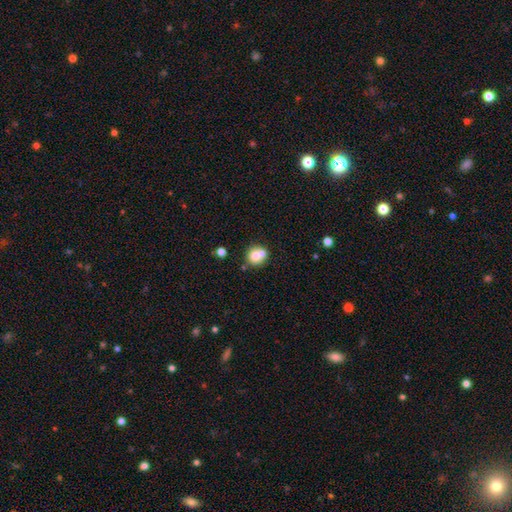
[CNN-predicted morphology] smooth_or_featured: smooth (p=0.72) [alt: featured or disk p=0.17]
how_rounded: round (p=0.88) [alt: in between p=0.11]
merging: none (p=0.51) [alt: merger p=0.39]